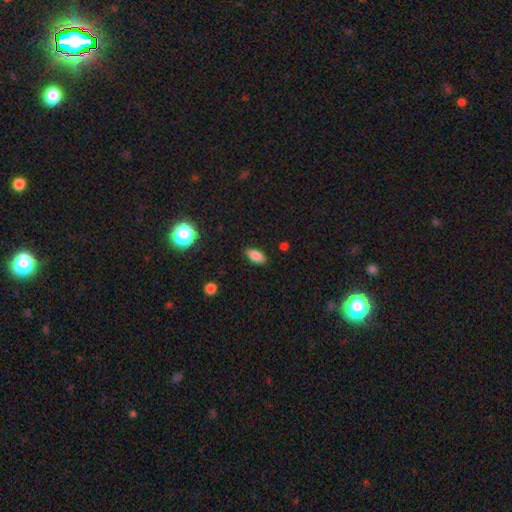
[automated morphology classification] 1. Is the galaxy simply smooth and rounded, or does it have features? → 84% smooth, 10% star or artifact, 6% featured or disk.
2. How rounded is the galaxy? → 89% in between, 7% cigar-shaped, 4% round.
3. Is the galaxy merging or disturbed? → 87% none, 10% minor disturbance, 2% major disturbance, 1% merger.